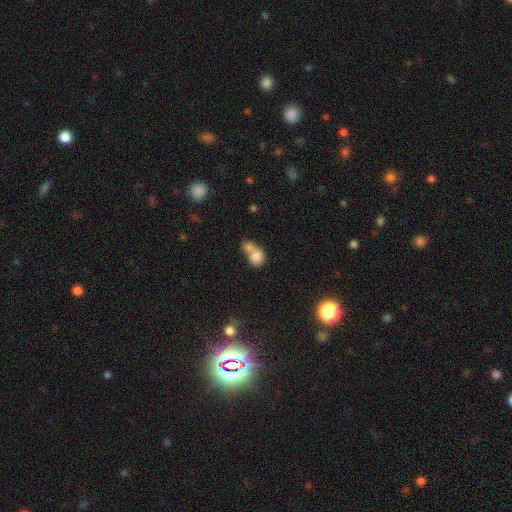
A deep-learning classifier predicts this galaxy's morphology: Overall: smooth (80%). How rounded: round (66%; in between 33%). Merging: merger (67%).